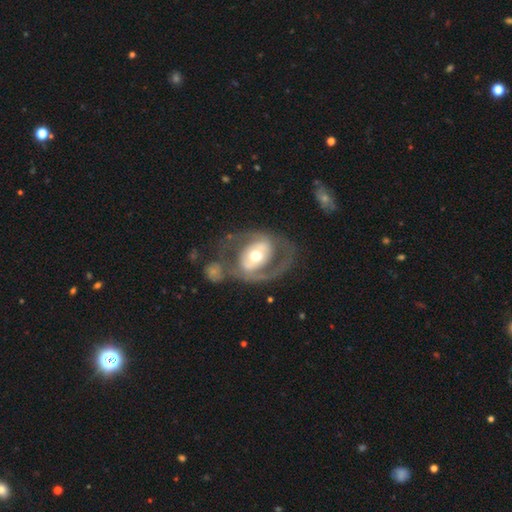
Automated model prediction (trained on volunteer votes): featured or disk 74%, smooth 21%, star or artifact 5%. Down the decision tree: edge-on disk — no (95%); bar — no (49%); spiral arms — yes (58%); bulge size — moderate (70%); merging — none (54%).